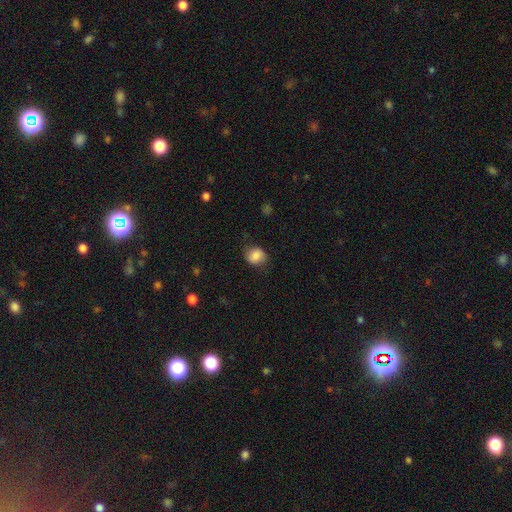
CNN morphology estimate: smooth-or-featured: smooth: 82% | featured or disk: 9% | star or artifact: 9%
  how-rounded: round: 66% | in between: 34% | cigar-shaped: 1%
  merging: none: 75% | minor disturbance: 18% | major disturbance: 6% | merger: 1%